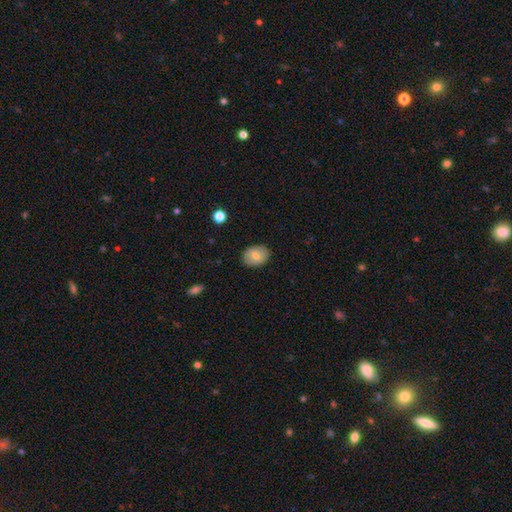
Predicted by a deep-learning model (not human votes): A smooth galaxy with no disk features (74%) that is in between round and cigar-shaped (68%).

Vote fractions:
- Smooth or featured? smooth: 74% / featured or disk: 19% / star or artifact: 8%
- How rounded? in between: 68% / round: 31% / cigar-shaped: 1%
- Merging? none: 87% / minor disturbance: 10% / major disturbance: 2% / merger: 1%